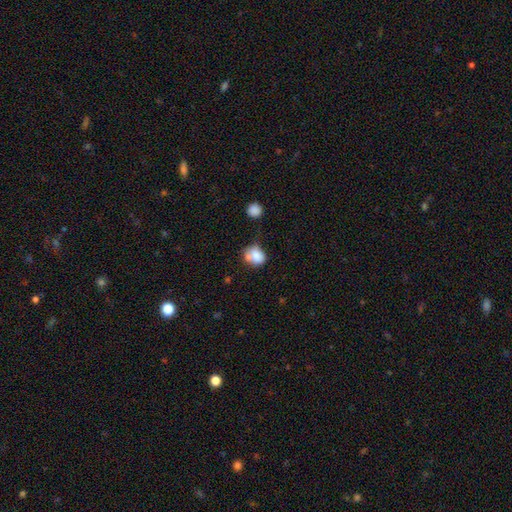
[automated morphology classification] The model was most divided on "merging": none: 37%, merger: 29%, minor disturbance: 24%, major disturbance: 10%. More confident: smooth or featured — smooth (75%); how rounded — round (54%).